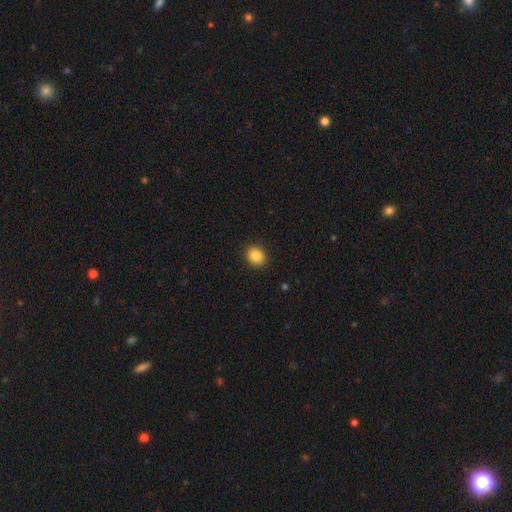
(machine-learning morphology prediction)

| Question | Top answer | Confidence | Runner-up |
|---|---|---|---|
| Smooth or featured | smooth | 86% | star or artifact (9%) |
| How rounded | round | 69% | in between (30%) |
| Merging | none | 91% | minor disturbance (6%) |